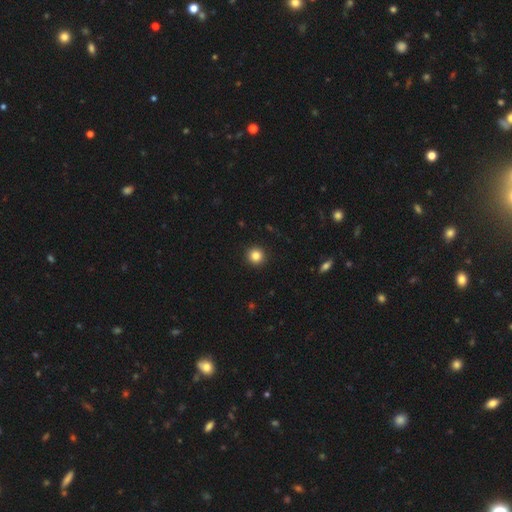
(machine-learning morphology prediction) Smooth or featured: smooth — 84% (star or artifact — 11%)
How rounded: round — 95% (in between — 4%)
Merging: none — 93% (minor disturbance — 4%)